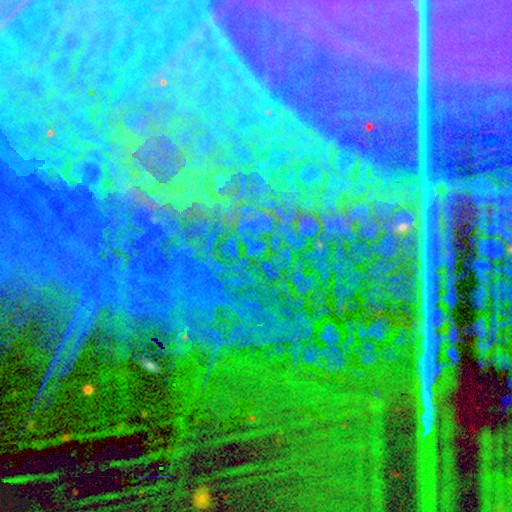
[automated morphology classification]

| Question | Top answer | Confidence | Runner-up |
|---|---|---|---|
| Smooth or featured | star or artifact | 86% | featured or disk (8%) |